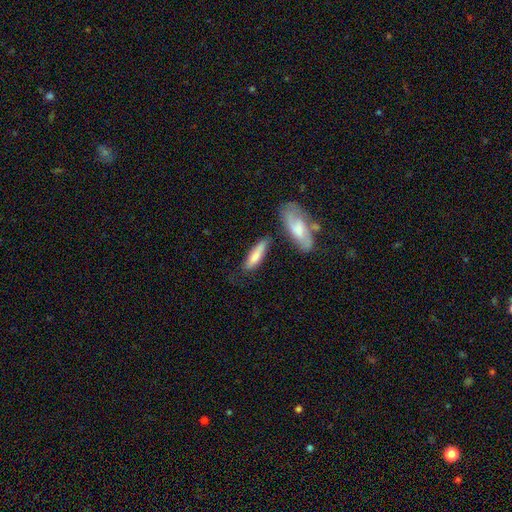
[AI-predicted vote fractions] Smooth or featured? Predicted: smooth (p=0.74). How rounded? Predicted: cigar-shaped (p=0.63). Merging? Predicted: none (p=0.61).